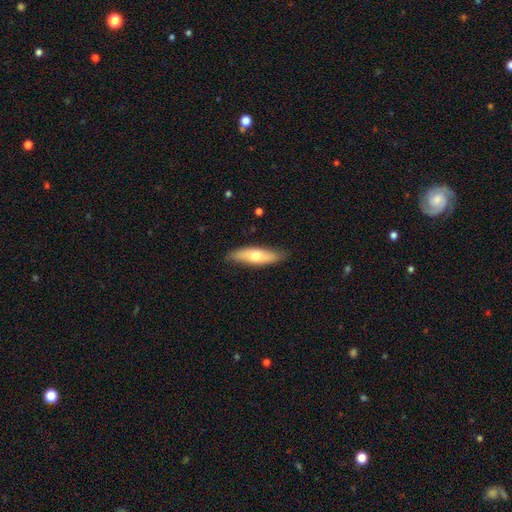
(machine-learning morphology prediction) Smooth or featured?
  - smooth: 59% *
  - featured or disk: 35%
  - star or artifact: 5%
How rounded?
  - cigar-shaped: 57% *
  - in between: 41%
  - round: 2%
Merging?
  - none: 84% *
  - minor disturbance: 13%
  - major disturbance: 2%
  - merger: 1%